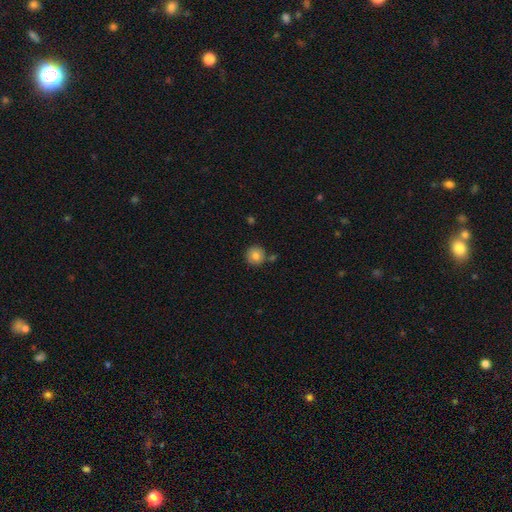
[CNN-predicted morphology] A smooth galaxy with no disk features (81%) that is round (93%). Merging: none (80%).